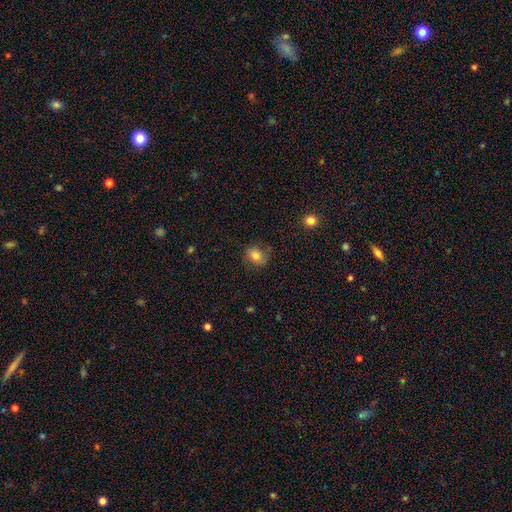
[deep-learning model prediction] Q: Smooth or featured?
A: smooth (76%); runner-up: featured or disk (15%)
Q: How rounded?
A: in between (59%); runner-up: round (40%)
Q: Merging?
A: none (74%); runner-up: minor disturbance (18%)